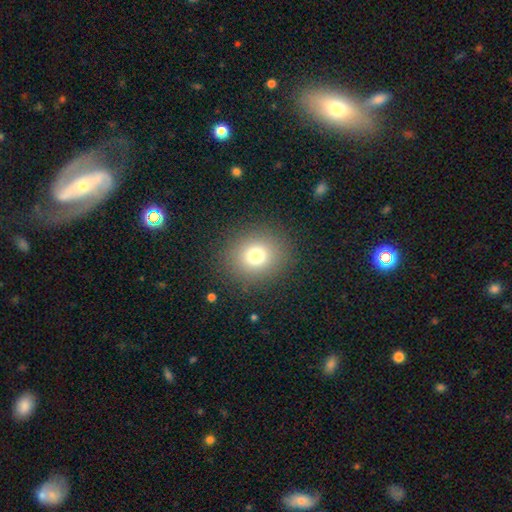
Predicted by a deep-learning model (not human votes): smooth 75%, star or artifact 16%, featured or disk 10%. Down the decision tree: how rounded — round (83%); merging — none (88%).